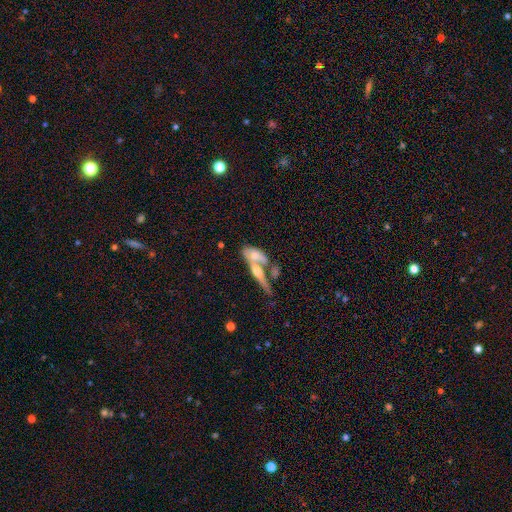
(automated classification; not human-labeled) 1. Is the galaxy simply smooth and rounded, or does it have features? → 48% smooth, 45% featured or disk, 7% star or artifact.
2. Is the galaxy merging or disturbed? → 58% merger, 25% none, 10% minor disturbance, 6% major disturbance.